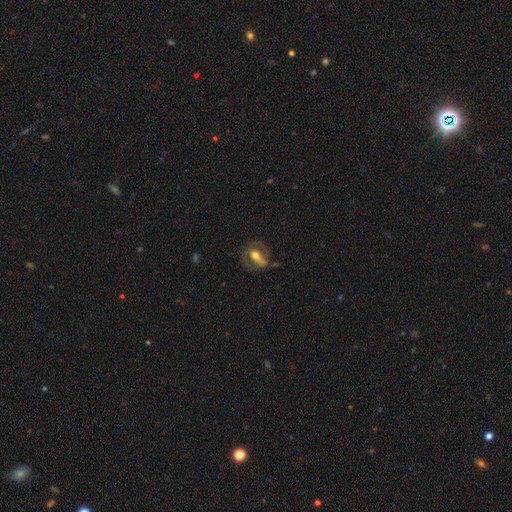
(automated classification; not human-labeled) smooth_or_featured: featured or disk (p=0.65) [alt: smooth p=0.28]
disk_edge_on: no (p=0.92) [alt: yes p=0.08]
bar: strong (p=0.37) [alt: no p=0.32]
has_spiral_arms: yes (p=0.60) [alt: no p=0.40]
bulge_size: moderate (p=0.66) [alt: small p=0.18]
merging: none (p=0.56) [alt: minor disturbance p=0.21]